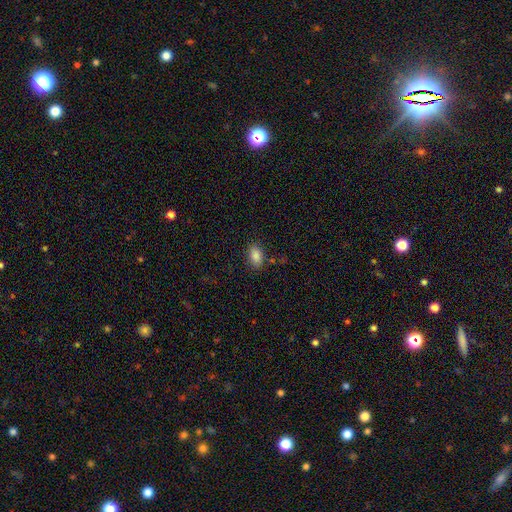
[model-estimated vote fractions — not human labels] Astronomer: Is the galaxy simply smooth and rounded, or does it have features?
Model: smooth — 86%.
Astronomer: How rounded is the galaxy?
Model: in between — 88%.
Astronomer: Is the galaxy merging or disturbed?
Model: none — 82%.